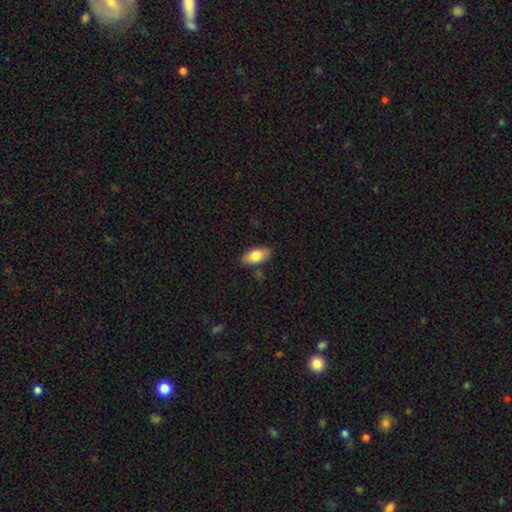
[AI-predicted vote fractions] smooth-or-featured: smooth: 80% | featured or disk: 13% | star or artifact: 7%
  how-rounded: in between: 92% | cigar-shaped: 4% | round: 4%
  merging: none: 83% | minor disturbance: 12% | merger: 3% | major disturbance: 2%